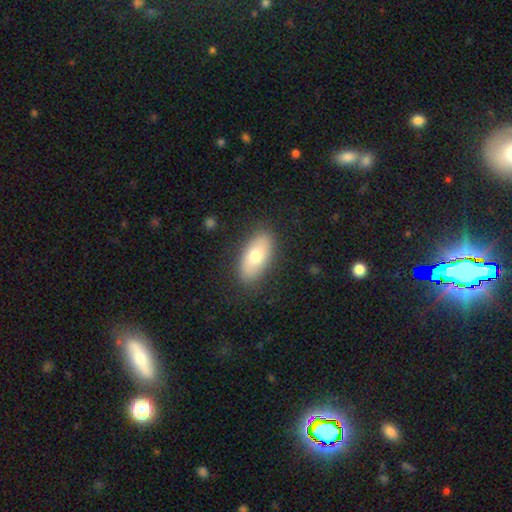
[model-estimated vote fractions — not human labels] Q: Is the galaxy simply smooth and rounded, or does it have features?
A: smooth — 70%.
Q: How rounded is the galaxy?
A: in between — 90%.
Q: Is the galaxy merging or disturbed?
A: none — 85%.